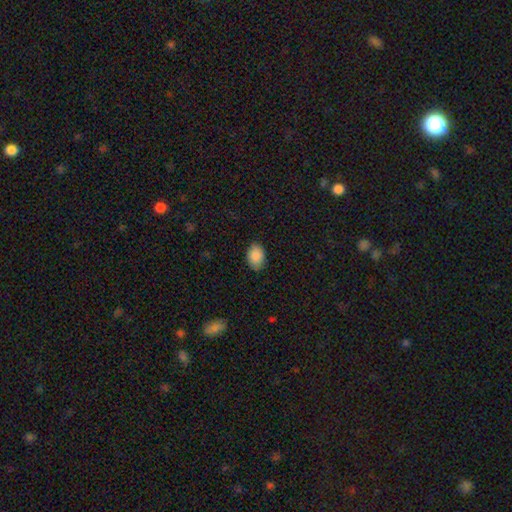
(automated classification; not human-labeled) The model was most divided on "how rounded": in between: 83%, round: 16%, cigar-shaped: 1%. More confident: smooth or featured — smooth (89%); merging — none (85%).